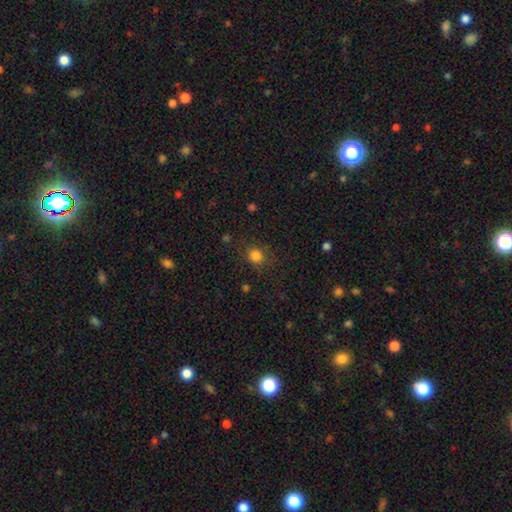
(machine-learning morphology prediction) type=smooth (82%); roundness=round (80%); merging=none (80%).